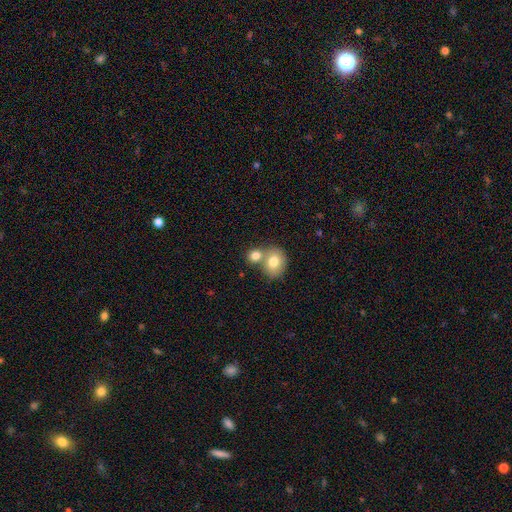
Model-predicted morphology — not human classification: A smooth galaxy with no disk features (79%) that is round (65%).

Vote fractions:
- Smooth or featured? smooth: 79% / featured or disk: 13% / star or artifact: 9%
- How rounded? round: 65% / in between: 34% / cigar-shaped: 1%
- Merging? merger: 56% / none: 34% / minor disturbance: 7% / major disturbance: 3%